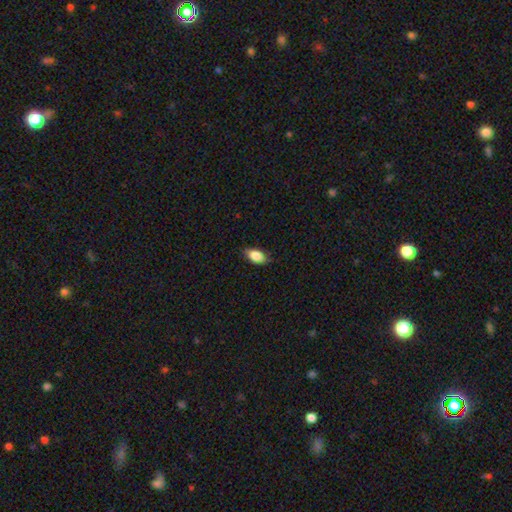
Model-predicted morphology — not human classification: type=smooth (85%); roundness=in between (90%); merging=none (81%).